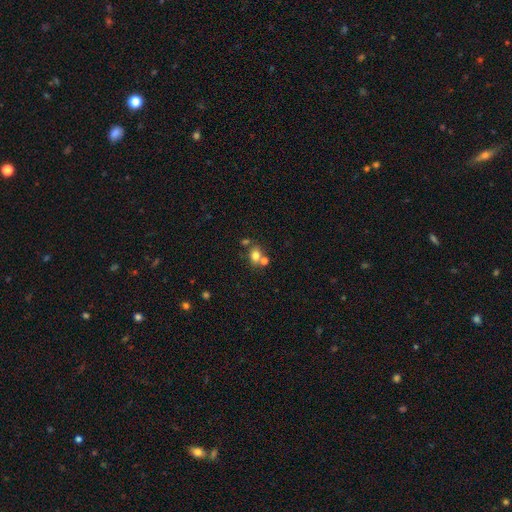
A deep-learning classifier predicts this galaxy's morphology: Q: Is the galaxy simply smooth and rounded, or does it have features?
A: smooth — 75%.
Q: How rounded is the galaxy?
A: round — 52%.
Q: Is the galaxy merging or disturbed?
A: none — 51%.